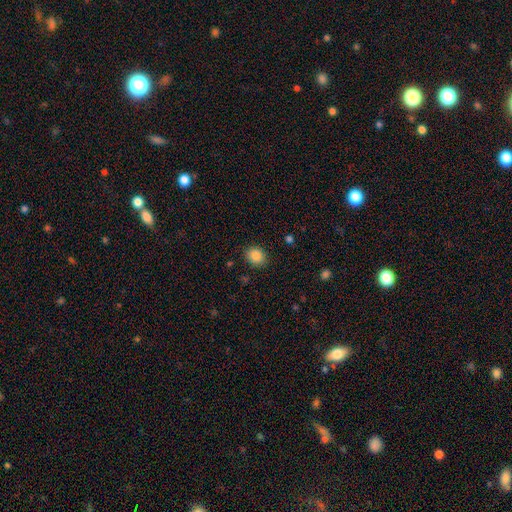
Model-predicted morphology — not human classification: A smooth galaxy with no disk features (86%) that is round (64%). Merging: none (88%).